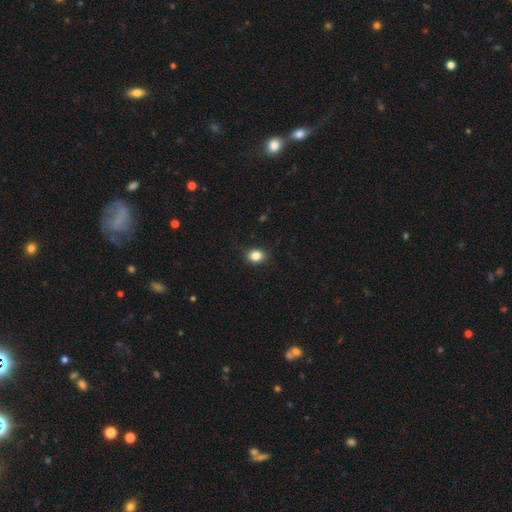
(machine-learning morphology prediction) A smooth galaxy with no disk features (85%) that is in between round and cigar-shaped (54%). Merging: none (86%).